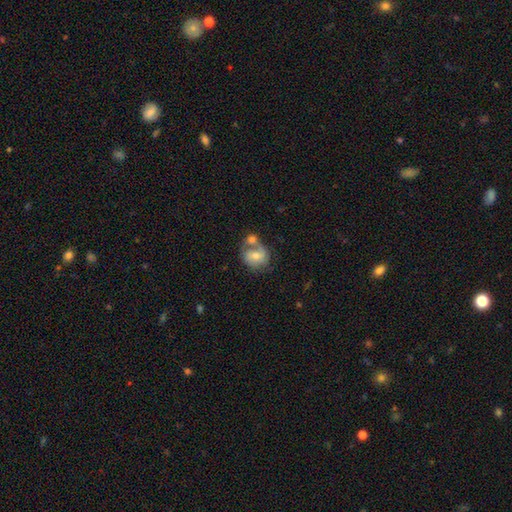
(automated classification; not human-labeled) smooth 50%, featured or disk 42%, star or artifact 7%. Down the decision tree: how rounded — round (58%); merging — merger (47%).